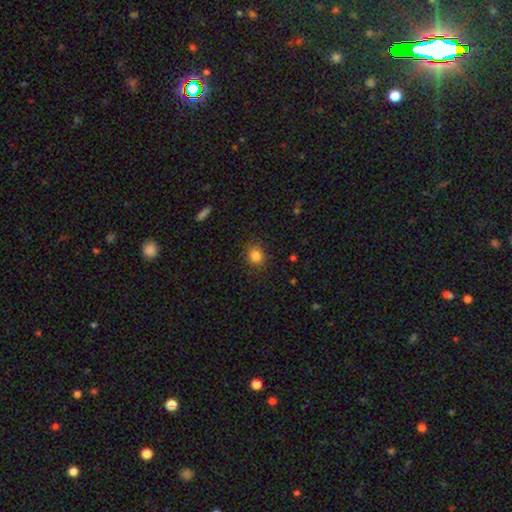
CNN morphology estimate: Smooth or featured? Predicted: smooth (p=0.83). How rounded? Predicted: round (p=0.74). Merging? Predicted: none (p=0.86).